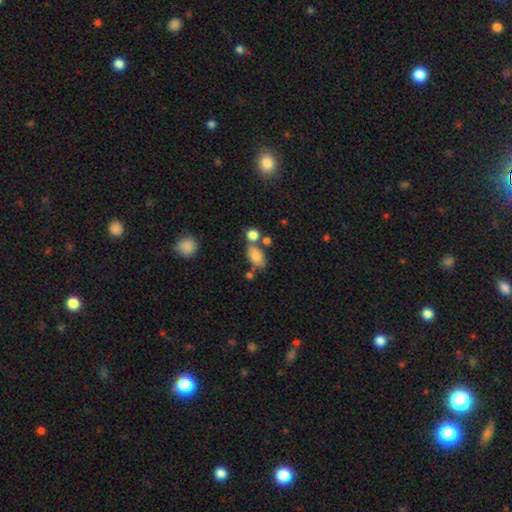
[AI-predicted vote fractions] Smooth or featured?
  - smooth: 80% *
  - featured or disk: 10%
  - star or artifact: 9%
How rounded?
  - in between: 88% *
  - round: 9%
  - cigar-shaped: 4%
Merging?
  - none: 54% *
  - merger: 25%
  - minor disturbance: 15%
  - major disturbance: 6%